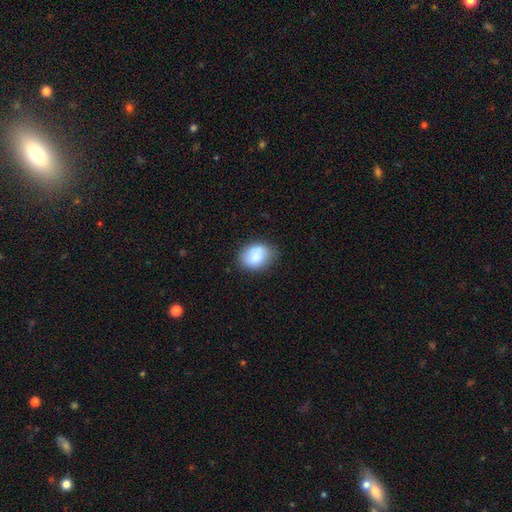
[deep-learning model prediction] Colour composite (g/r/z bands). It shows a smooth galaxy with no disk features (86%) that is in between round and cigar-shaped (65%). Merging: none (76%).